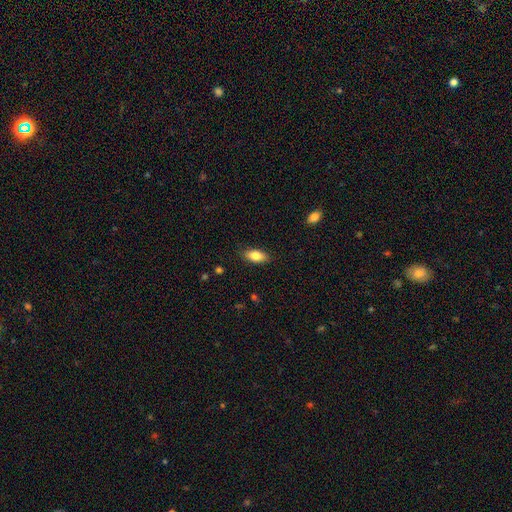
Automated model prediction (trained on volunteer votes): smooth-or-featured: smooth: 83% | featured or disk: 10% | star or artifact: 7%
  how-rounded: in between: 86% | cigar-shaped: 10% | round: 3%
  merging: none: 87% | minor disturbance: 10% | major disturbance: 2% | merger: 1%